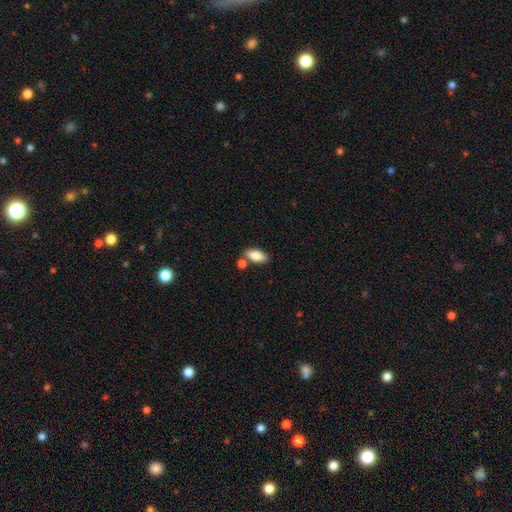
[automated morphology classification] A smooth galaxy with no disk features (82%) that is in between round and cigar-shaped (86%). Merging: none (72%).